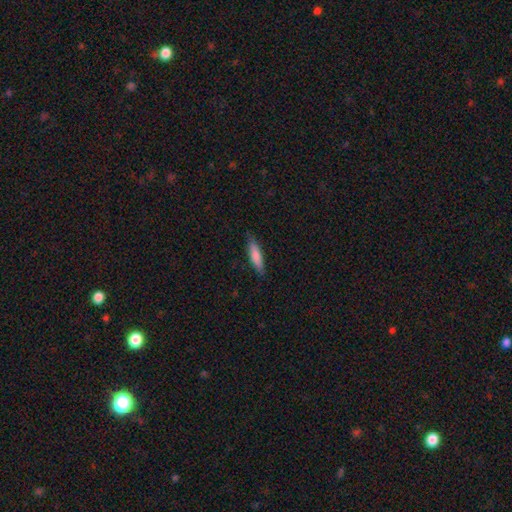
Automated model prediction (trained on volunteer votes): Morphology: type=smooth (80%); roundness=cigar-shaped (71%); merging=none (85%).